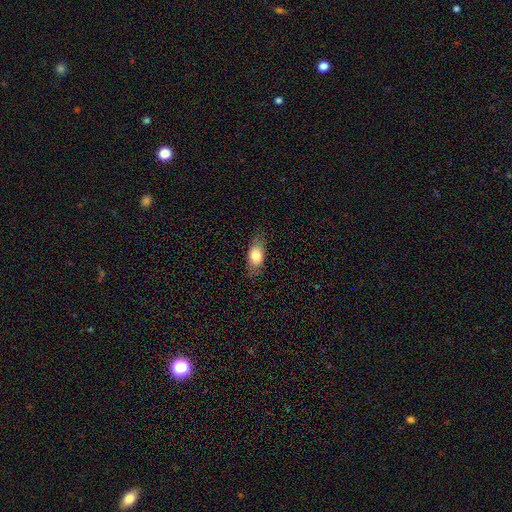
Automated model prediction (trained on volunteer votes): A smooth galaxy with no disk features (78%) that is in between round and cigar-shaped (84%).

Vote fractions:
- Smooth or featured? smooth: 78% / featured or disk: 15% / star or artifact: 7%
- How rounded? in between: 84% / cigar-shaped: 9% / round: 8%
- Merging? none: 77% / minor disturbance: 16% / major disturbance: 5% / merger: 1%